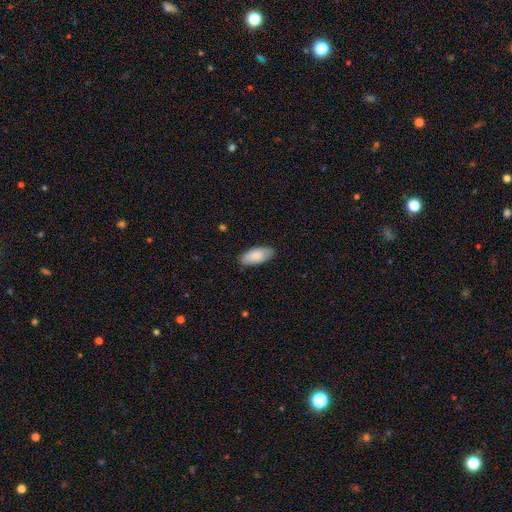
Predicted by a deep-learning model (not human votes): Q: Smooth or featured?
A: smooth (85%); runner-up: featured or disk (9%)
Q: How rounded?
A: in between (90%); runner-up: cigar-shaped (9%)
Q: Merging?
A: none (85%); runner-up: minor disturbance (12%)